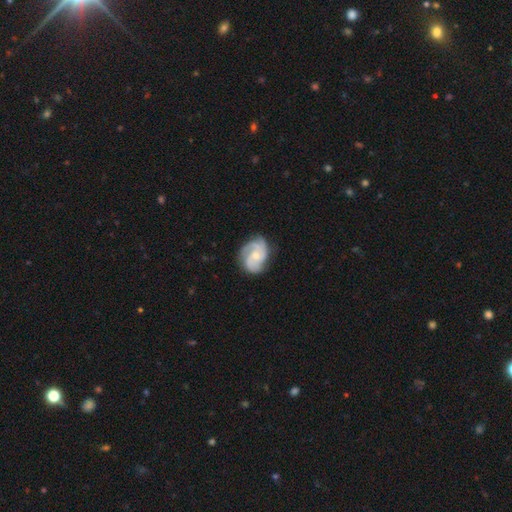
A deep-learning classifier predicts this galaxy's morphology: Smooth or featured?
  - featured or disk: 83% *
  - smooth: 12%
  - star or artifact: 5%
Edge-on disk?
  - no: 98% *
  - yes: 2%
Bar?
  - no: 69% *
  - weak: 27%
  - strong: 4%
Spiral arms?
  - yes: 97% *
  - no: 3%
Spiral winding?
  - medium: 46% *
  - tight: 41%
  - loose: 13%
Spiral arm count?
  - 3: 56% *
  - 2: 23%
  - can't tell: 9%
  - 4: 6%
  - 1: 4%
  - more than 4: 3%
Bulge size?
  - small: 54% *
  - moderate: 41%
  - none: 2%
  - large: 1%
  - dominant: 1%
Merging?
  - none: 71% *
  - minor disturbance: 21%
  - major disturbance: 7%
  - merger: 1%